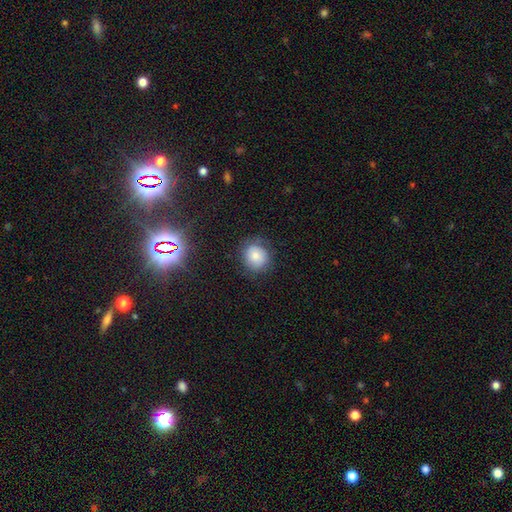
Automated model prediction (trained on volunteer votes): This is likely a smooth galaxy (72%). How rounded: clearly round (81%). Merging: likely none (72%).